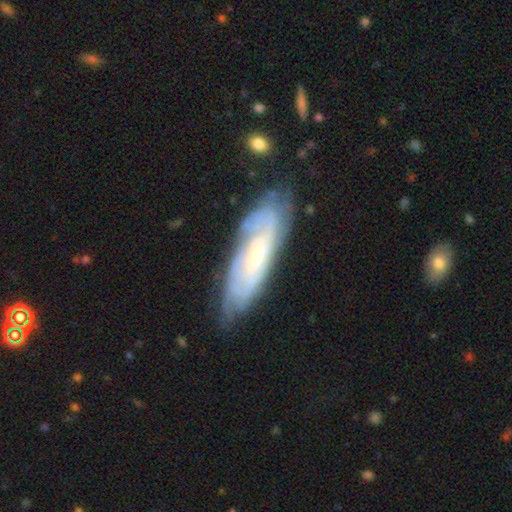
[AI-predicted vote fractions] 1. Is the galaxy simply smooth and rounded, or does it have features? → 74% featured or disk, 20% smooth, 6% star or artifact.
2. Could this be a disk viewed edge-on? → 80% no, 20% yes.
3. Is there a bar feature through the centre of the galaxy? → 65% no, 28% weak, 7% strong.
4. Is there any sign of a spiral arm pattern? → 90% yes, 10% no.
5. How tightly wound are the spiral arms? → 69% tight, 24% medium, 6% loose.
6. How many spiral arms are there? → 56% can't tell, 18% 2, 10% 3, 8% 4, 4% more than 4, 3% 1.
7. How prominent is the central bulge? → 74% small, 20% moderate, 4% none, 2% large, 1% dominant.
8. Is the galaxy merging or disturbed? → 74% none, 19% minor disturbance, 5% major disturbance, 2% merger.